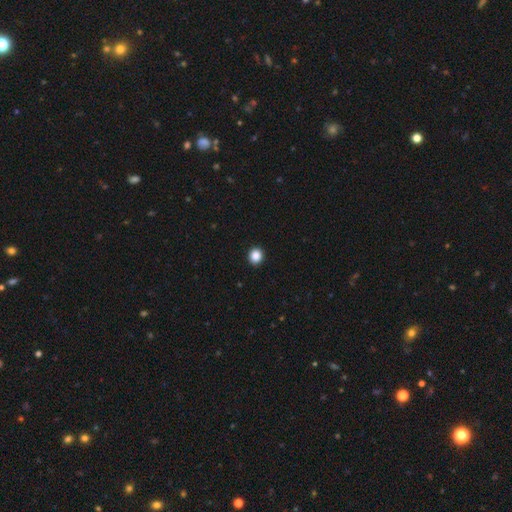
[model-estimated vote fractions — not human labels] A smooth galaxy with no disk features (87%) that is round (82%). Merging: none (93%).